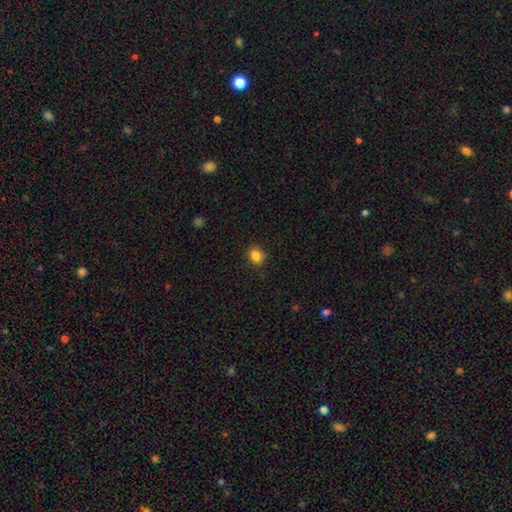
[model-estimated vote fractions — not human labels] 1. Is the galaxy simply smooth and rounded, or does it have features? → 85% smooth, 11% star or artifact, 5% featured or disk.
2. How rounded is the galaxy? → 70% round, 29% in between, 1% cigar-shaped.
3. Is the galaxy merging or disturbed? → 87% none, 9% minor disturbance, 2% major disturbance, 1% merger.